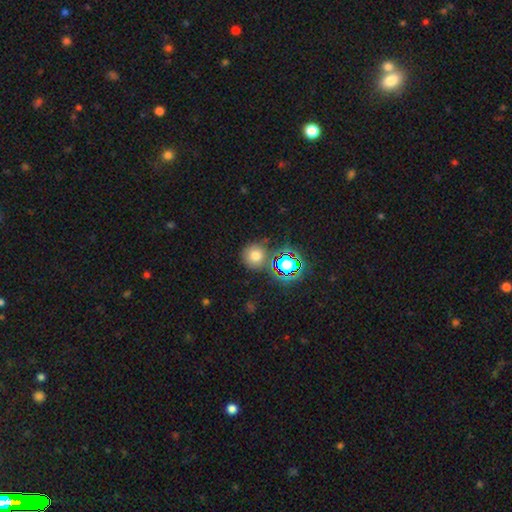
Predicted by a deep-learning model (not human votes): Smooth or featured? Predicted: smooth (p=0.68). How rounded? Predicted: round (p=0.91). Merging? Predicted: none (p=0.79).